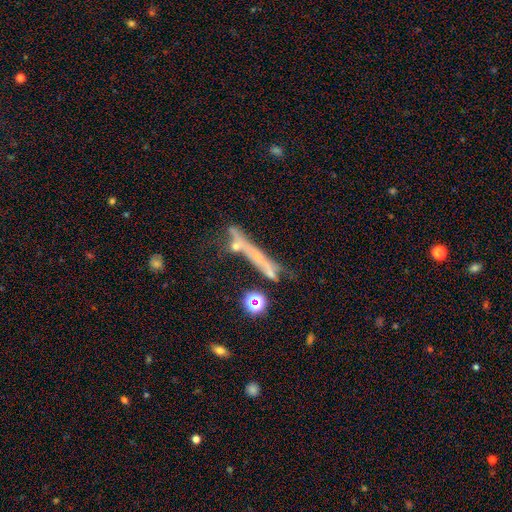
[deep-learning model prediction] This is possibly a featured or disk galaxy (48%). Merging: possibly none (51%).